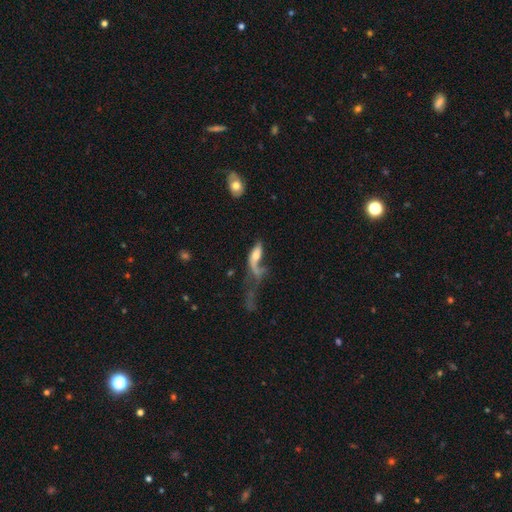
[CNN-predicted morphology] Q: Smooth or featured?
A: featured or disk (49%); runner-up: smooth (42%)
Q: Merging?
A: major disturbance (46%); runner-up: merger (23%)